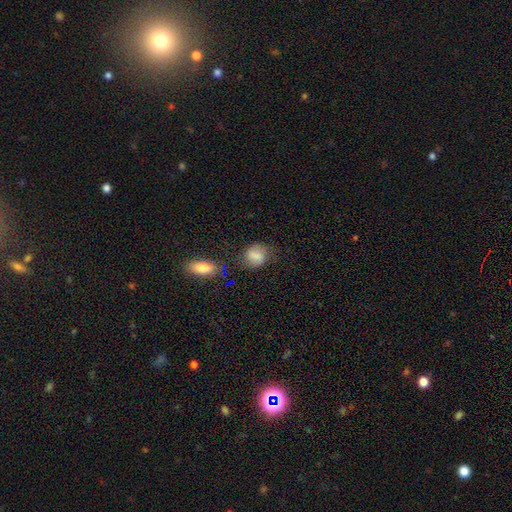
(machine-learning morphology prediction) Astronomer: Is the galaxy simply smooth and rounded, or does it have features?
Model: smooth — 78%.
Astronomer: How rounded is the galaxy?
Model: round — 56% (runner-up: in between, 42%).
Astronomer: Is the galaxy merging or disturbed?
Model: none — 66%.